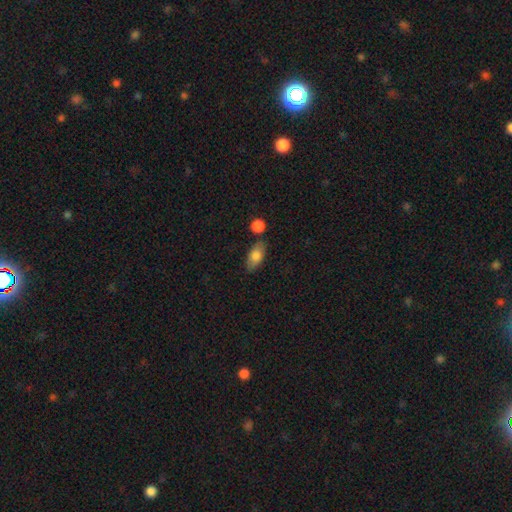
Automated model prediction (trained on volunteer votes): This is likely a smooth galaxy (78%). How rounded: clearly in between (88%). Merging: likely none (75%).